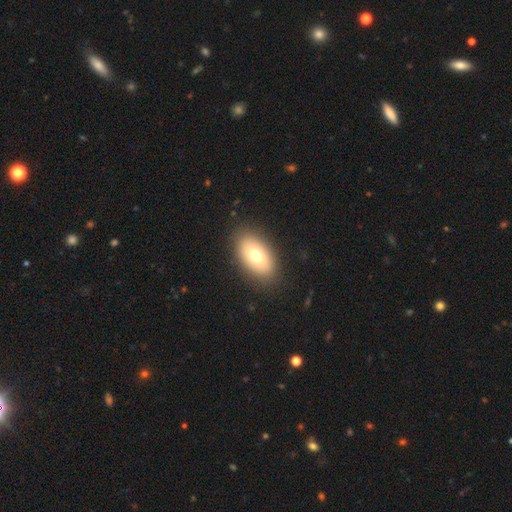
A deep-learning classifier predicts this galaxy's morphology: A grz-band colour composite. It shows a smooth galaxy with no disk features (71%) that is in between round and cigar-shaped (92%). Merging: none (87%).